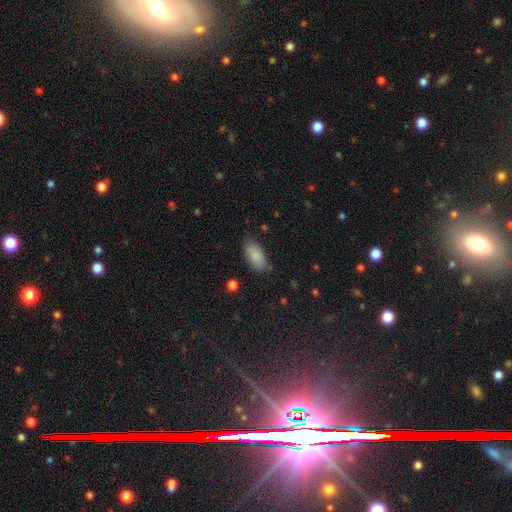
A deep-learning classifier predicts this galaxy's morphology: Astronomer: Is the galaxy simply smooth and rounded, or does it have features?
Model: smooth — 88%.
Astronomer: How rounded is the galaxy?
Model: in between — 92%.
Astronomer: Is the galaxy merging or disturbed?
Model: none — 75%.